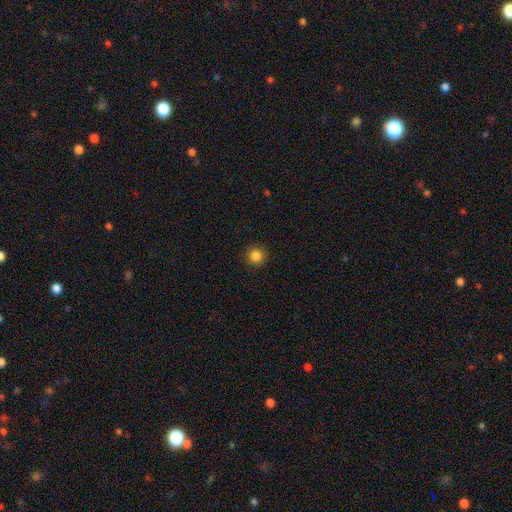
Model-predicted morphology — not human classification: A smooth galaxy with no disk features (85%) that is round (95%). Merging: none (92%).